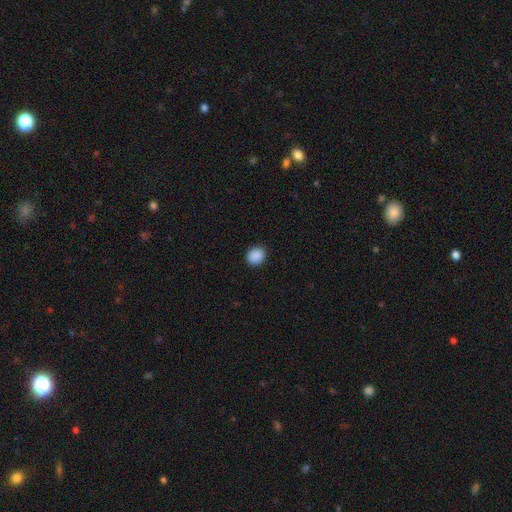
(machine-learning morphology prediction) Smooth or featured?
  - smooth: 89% *
  - star or artifact: 8%
  - featured or disk: 2%
How rounded?
  - round: 65% *
  - in between: 34%
  - cigar-shaped: 1%
Merging?
  - none: 90% *
  - minor disturbance: 7%
  - major disturbance: 2%
  - merger: 1%